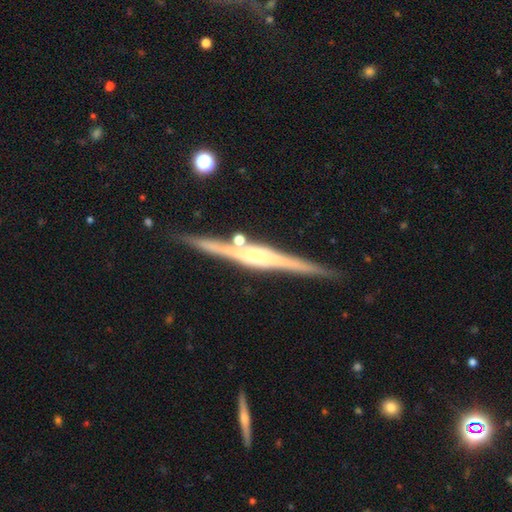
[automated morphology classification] smooth_or_featured: featured or disk (p=0.86) [alt: smooth p=0.09]
disk_edge_on: yes (p=0.98) [alt: no p=0.02]
edge_on_bulge: rounded (p=0.60) [alt: boxy p=0.31]
merging: none (p=0.87) [alt: minor disturbance p=0.08]